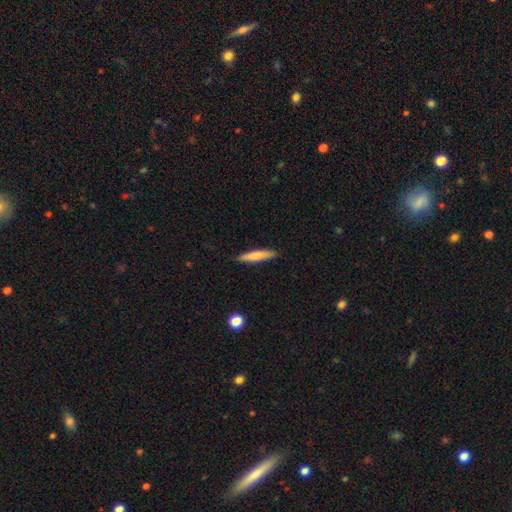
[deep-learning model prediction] Smooth or featured? smooth (74%)
How rounded? cigar-shaped (89%)
Merging? none (88%)